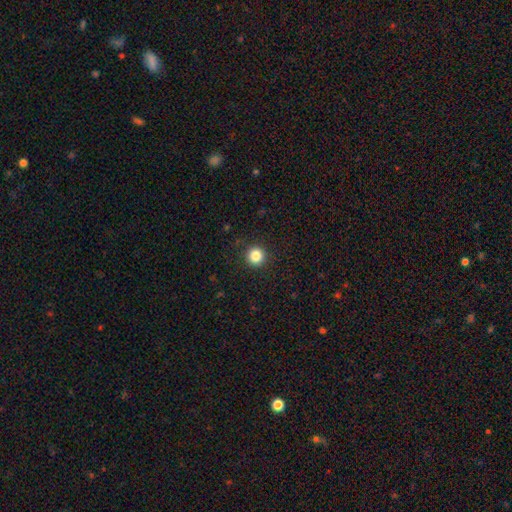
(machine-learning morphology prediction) This appears to be a smooth galaxy with no disk features (85%) that is round (94%). Merging: none (92%).